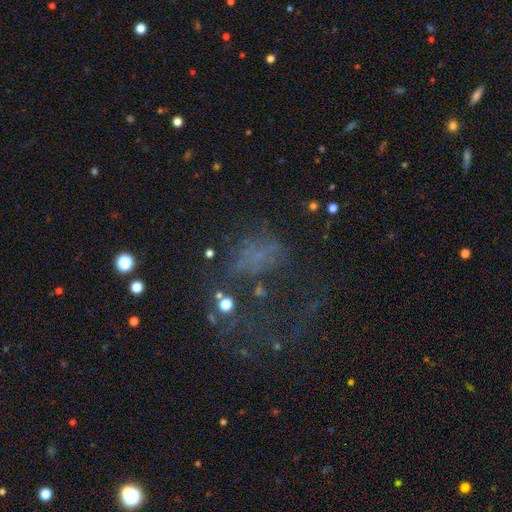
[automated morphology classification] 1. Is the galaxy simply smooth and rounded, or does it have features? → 35% featured or disk, 34% star or artifact, 31% smooth.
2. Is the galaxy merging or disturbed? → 49% major disturbance, 29% none, 14% minor disturbance, 8% merger.